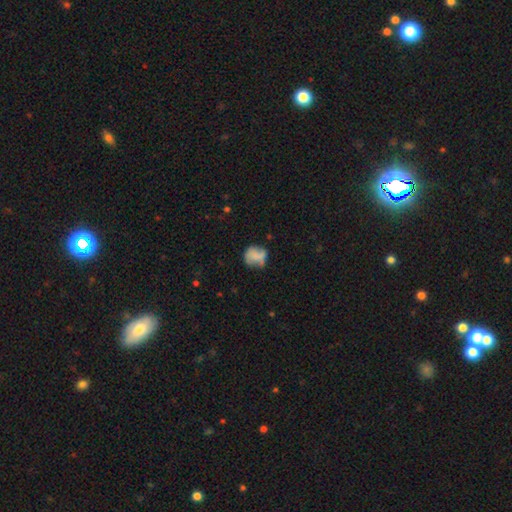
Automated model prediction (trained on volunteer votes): smooth-or-featured: smooth: 65% | featured or disk: 25% | star or artifact: 10%
  how-rounded: round: 72% | in between: 27% | cigar-shaped: 1%
  merging: none: 49% | minor disturbance: 29% | major disturbance: 14% | merger: 8%